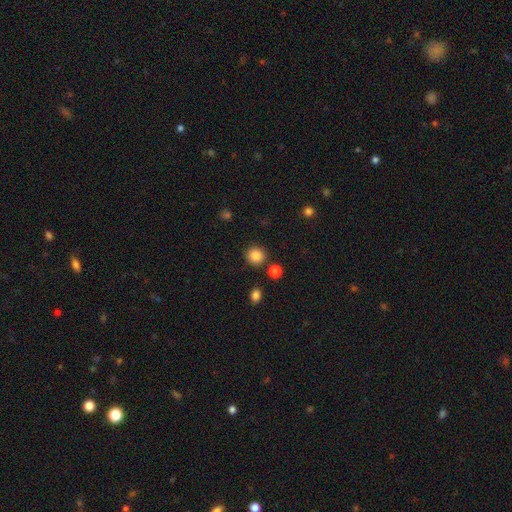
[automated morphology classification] A smooth galaxy with no disk features (86%) that is round (92%). Merging: none (86%).